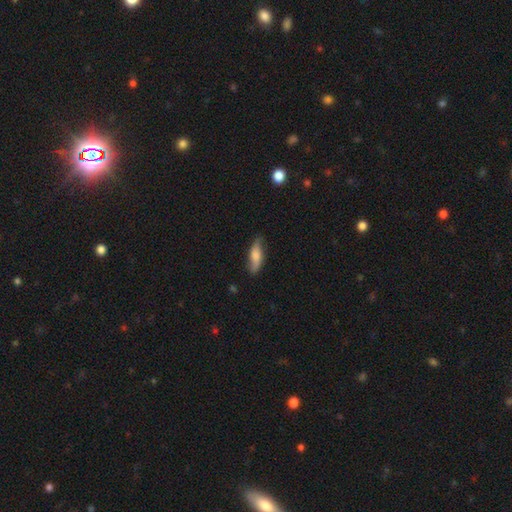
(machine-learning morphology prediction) Smooth or featured? smooth (61%)
How rounded? in between (53%)
Merging? none (73%)